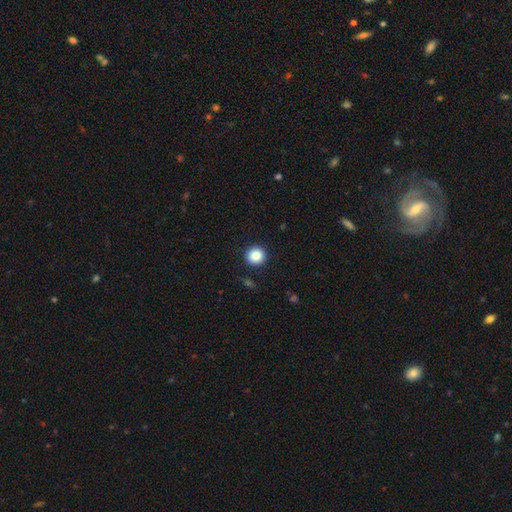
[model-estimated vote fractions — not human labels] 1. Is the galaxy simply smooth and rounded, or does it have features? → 88% smooth, 9% star or artifact, 3% featured or disk.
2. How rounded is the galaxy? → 93% round, 6% in between, 1% cigar-shaped.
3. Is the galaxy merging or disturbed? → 91% none, 6% minor disturbance, 2% major disturbance, 1% merger.